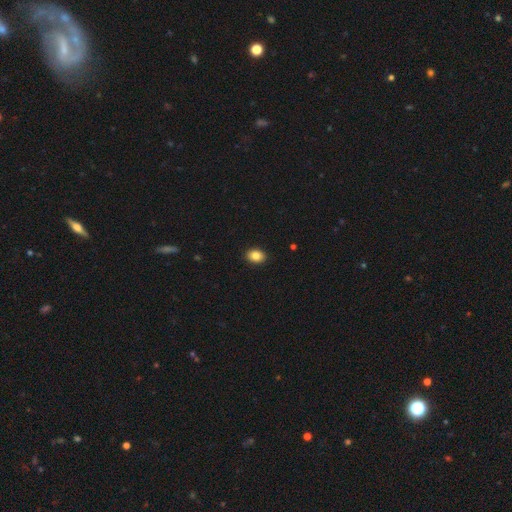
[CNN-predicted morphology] This appears to be a smooth galaxy with no disk features (85%) that is in between round and cigar-shaped (71%). Merging: none (91%).